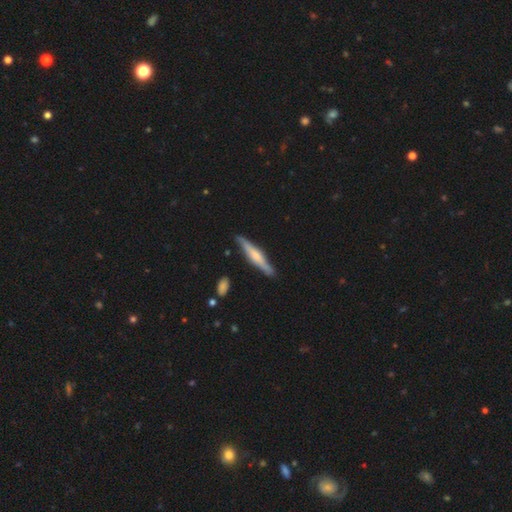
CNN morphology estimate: smooth_or_featured: featured or disk (p=0.58) [alt: smooth p=0.36]
disk_edge_on: yes (p=0.94) [alt: no p=0.06]
edge_on_bulge: rounded (p=0.72) [alt: none p=0.15]
merging: none (p=0.86) [alt: minor disturbance p=0.10]